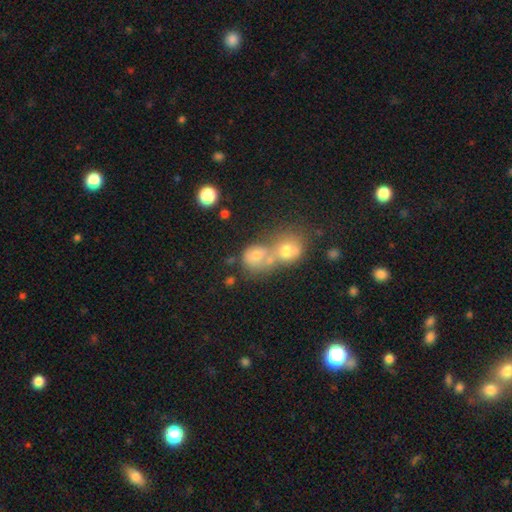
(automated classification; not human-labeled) A smooth galaxy with no disk features (68%) that is round (65%). Merging: merger (62%).